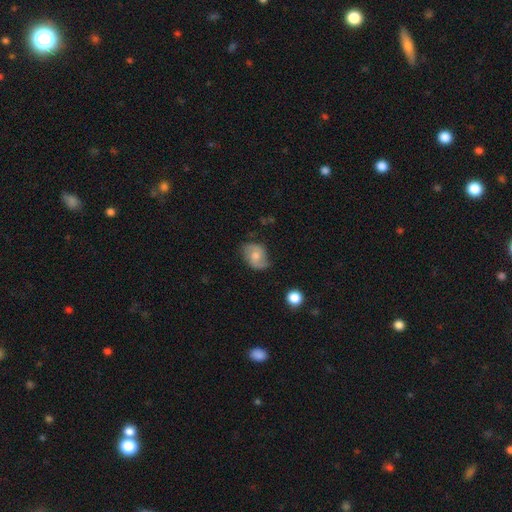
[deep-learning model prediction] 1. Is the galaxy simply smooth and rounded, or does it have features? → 52% featured or disk, 40% smooth, 8% star or artifact.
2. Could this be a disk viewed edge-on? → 96% no, 4% yes.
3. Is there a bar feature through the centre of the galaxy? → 63% no, 31% weak, 6% strong.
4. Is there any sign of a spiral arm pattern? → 85% yes, 15% no.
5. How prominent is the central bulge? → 61% moderate, 26% small, 8% large, 4% none, 1% dominant.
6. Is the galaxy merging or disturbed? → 66% none, 25% minor disturbance, 8% major disturbance, 2% merger.